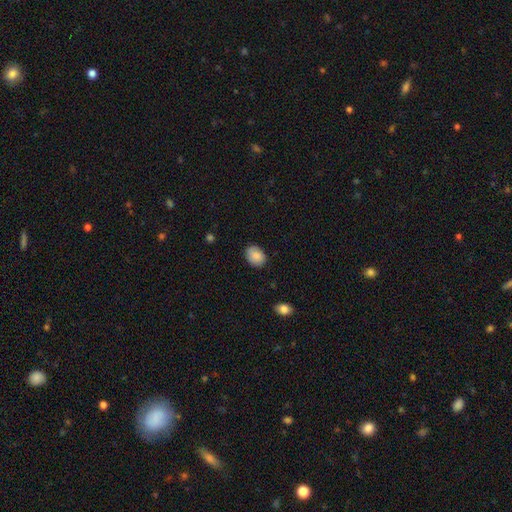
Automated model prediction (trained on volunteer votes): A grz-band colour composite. It shows a smooth galaxy with no disk features (87%) that is in between round and cigar-shaped (66%). Merging: none (85%).